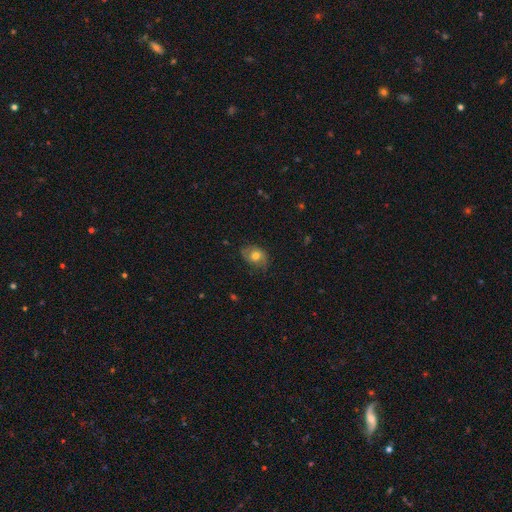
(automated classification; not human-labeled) Morphology: type=smooth (61%); roundness=in between (68%); merging=none (69%).